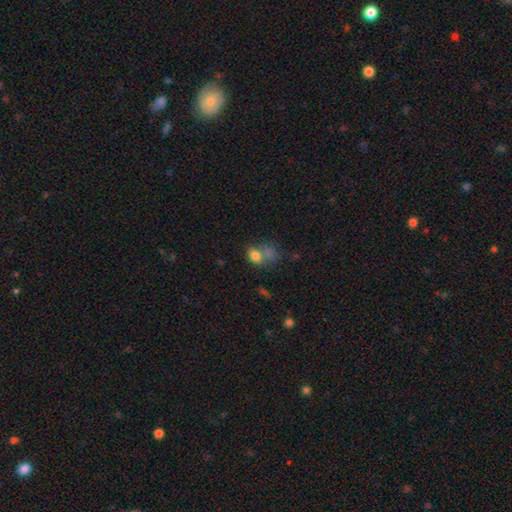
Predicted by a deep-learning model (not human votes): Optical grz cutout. It shows a smooth galaxy with no disk features (76%) that is in between round and cigar-shaped (66%). Merging: none (36%, tied with merger).